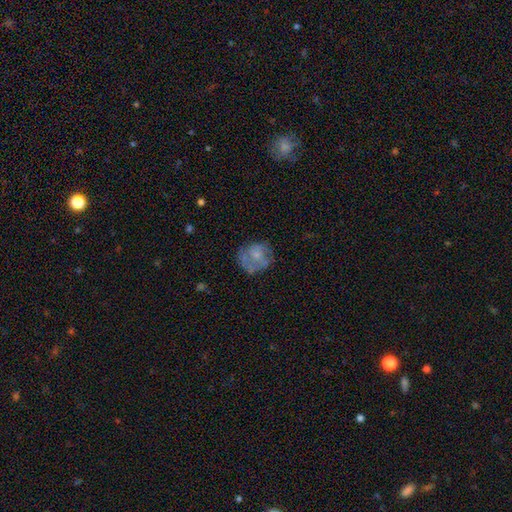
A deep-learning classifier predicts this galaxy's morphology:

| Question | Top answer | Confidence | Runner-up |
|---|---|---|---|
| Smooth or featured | smooth | 48% | featured or disk (43%) |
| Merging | none | 59% | minor disturbance (24%) |